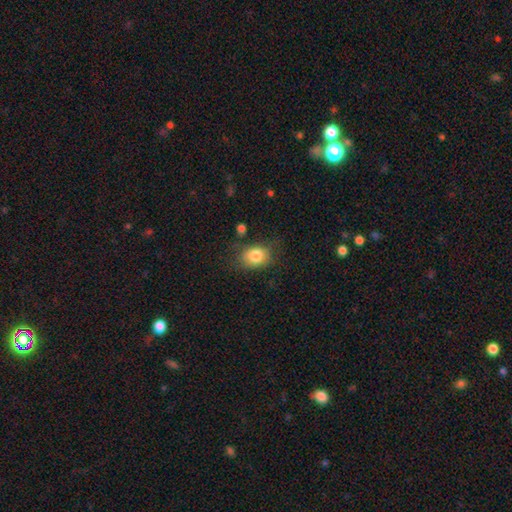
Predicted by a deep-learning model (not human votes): smooth_or_featured: smooth (p=0.81) [alt: featured or disk p=0.10]
how_rounded: in between (p=0.60) [alt: round p=0.39]
merging: none (p=0.69) [alt: minor disturbance p=0.21]